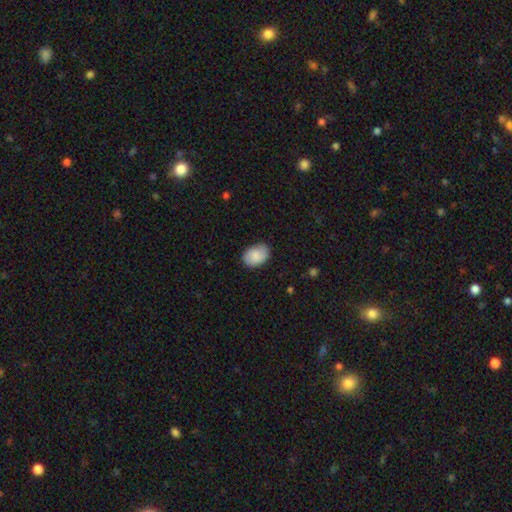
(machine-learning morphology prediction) smooth-or-featured: smooth: 84% | featured or disk: 9% | star or artifact: 7%
  how-rounded: in between: 81% | round: 17% | cigar-shaped: 1%
  merging: none: 79% | minor disturbance: 17% | major disturbance: 3% | merger: 1%